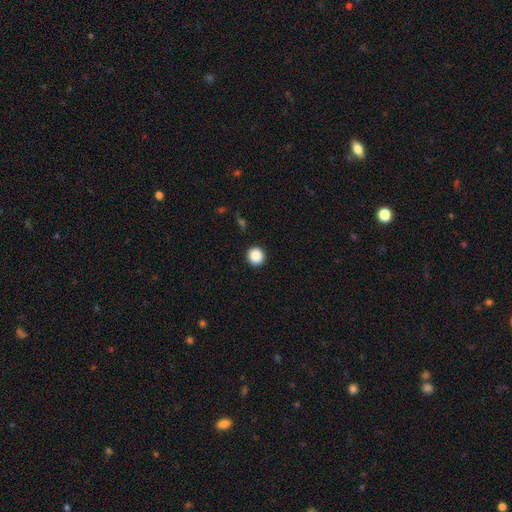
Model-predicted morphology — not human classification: A smooth galaxy with no disk features (89%) that is round (90%). Merging: none (92%).